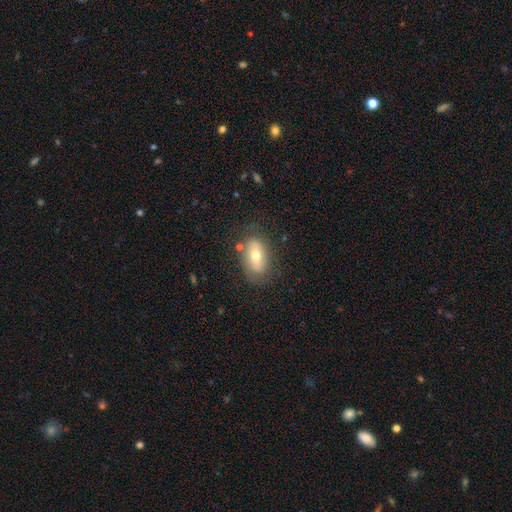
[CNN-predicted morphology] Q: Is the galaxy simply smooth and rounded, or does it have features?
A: smooth — 59%.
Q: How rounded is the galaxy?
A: in between — 88%.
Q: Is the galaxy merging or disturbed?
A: none — 75%.